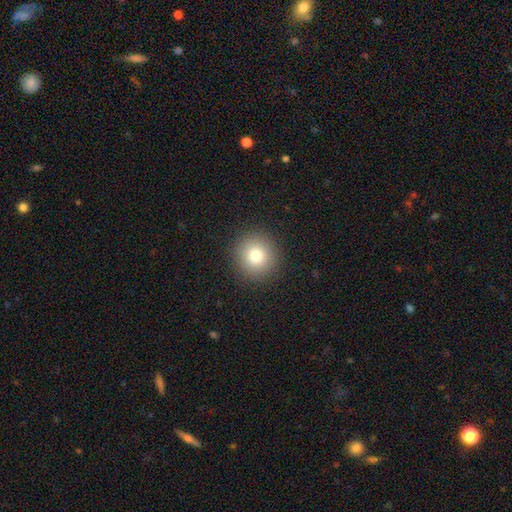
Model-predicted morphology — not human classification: smooth_or_featured: smooth (p=0.80) [alt: star or artifact p=0.12]
how_rounded: round (p=0.94) [alt: in between p=0.05]
merging: none (p=0.91) [alt: minor disturbance p=0.06]